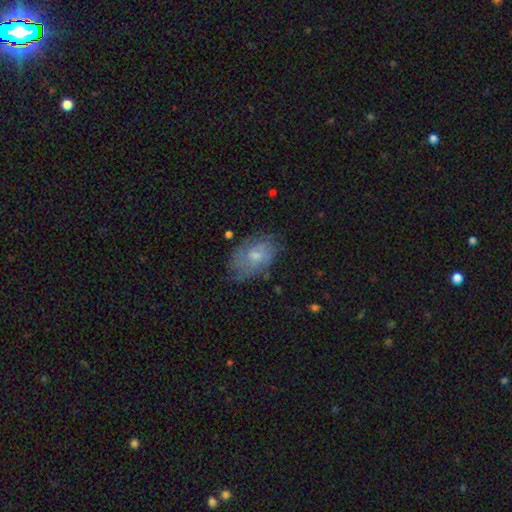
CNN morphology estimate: Overall: featured or disk (48%; smooth 44%). Merging: none (62%; minor disturbance 26%).